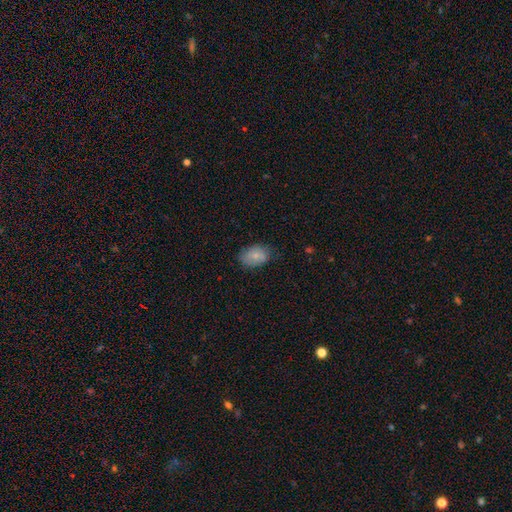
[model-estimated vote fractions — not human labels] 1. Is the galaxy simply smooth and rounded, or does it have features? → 78% smooth, 14% featured or disk, 7% star or artifact.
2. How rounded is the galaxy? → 86% in between, 13% round, 1% cigar-shaped.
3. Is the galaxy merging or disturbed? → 73% none, 21% minor disturbance, 5% major disturbance, 2% merger.